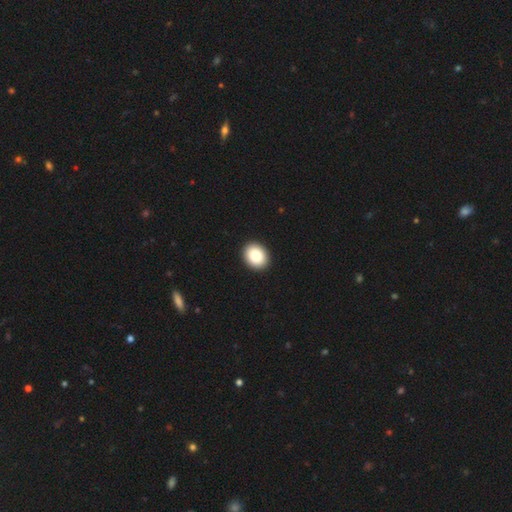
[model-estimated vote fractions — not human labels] Smooth or featured? Predicted: smooth (p=0.89). How rounded? Predicted: in between (p=0.55). Merging? Predicted: none (p=0.93).